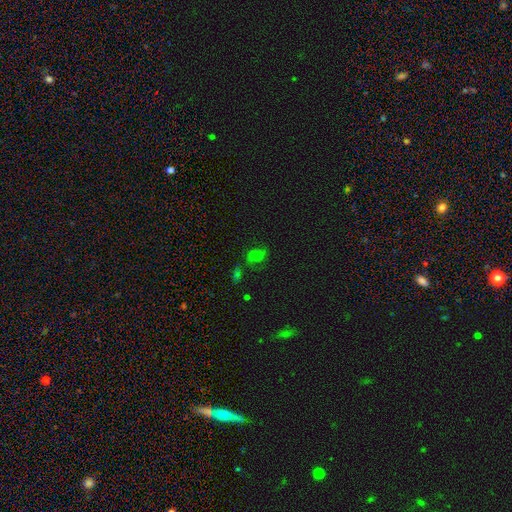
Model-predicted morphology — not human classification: Smooth or featured: smooth — 41% (featured or disk — 30%)
Merging: none — 54% (minor disturbance — 19%)